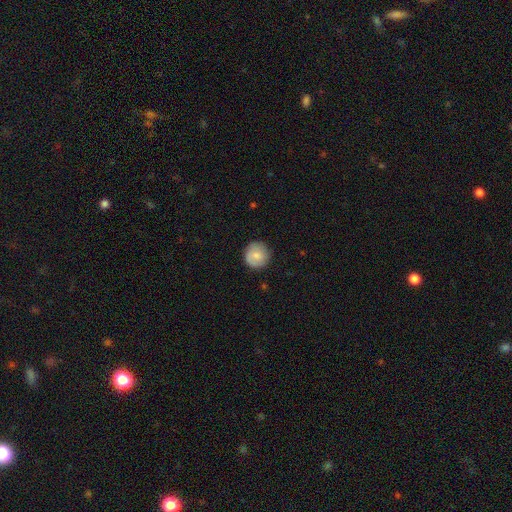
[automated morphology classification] The model was most divided on "smooth or featured": smooth: 75%, featured or disk: 19%, star or artifact: 7%. More confident: how rounded — round (94%); merging — none (85%).